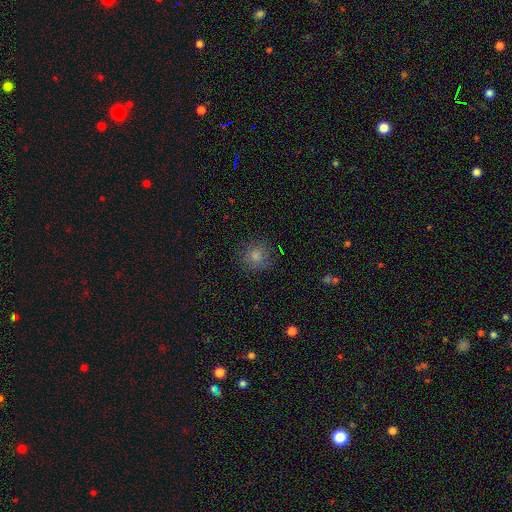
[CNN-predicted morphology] Q: Smooth or featured?
A: smooth (74%); runner-up: star or artifact (19%)
Q: How rounded?
A: round (92%); runner-up: in between (7%)
Q: Merging?
A: none (88%); runner-up: minor disturbance (9%)